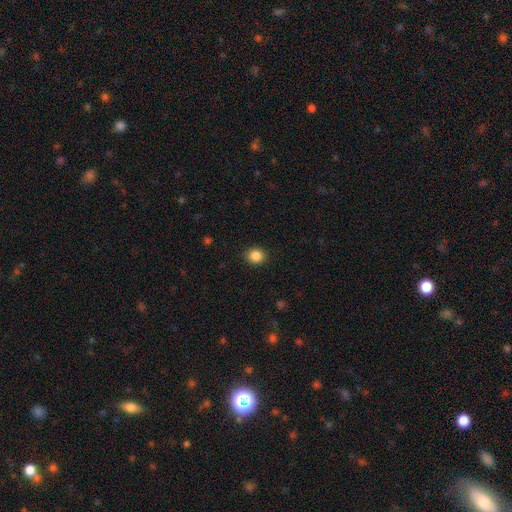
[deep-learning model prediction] This appears to be a smooth galaxy with no disk features (86%) that is round (81%). Merging: none (90%).